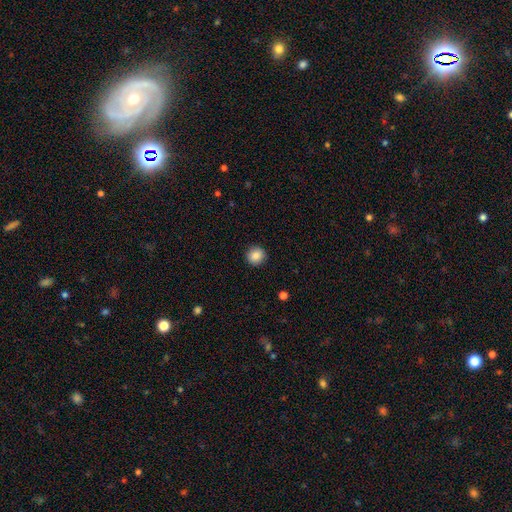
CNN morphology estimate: Smooth or featured: smooth — 86% (star or artifact — 9%)
How rounded: round — 93% (in between — 6%)
Merging: none — 92% (minor disturbance — 5%)